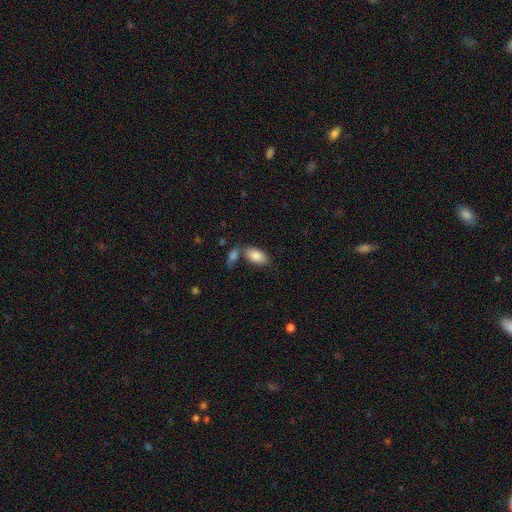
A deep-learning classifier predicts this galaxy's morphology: The model was most divided on "merging": none: 58%, merger: 25%, minor disturbance: 13%, major disturbance: 4%. More confident: how rounded — in between (94%); smooth or featured — smooth (85%).